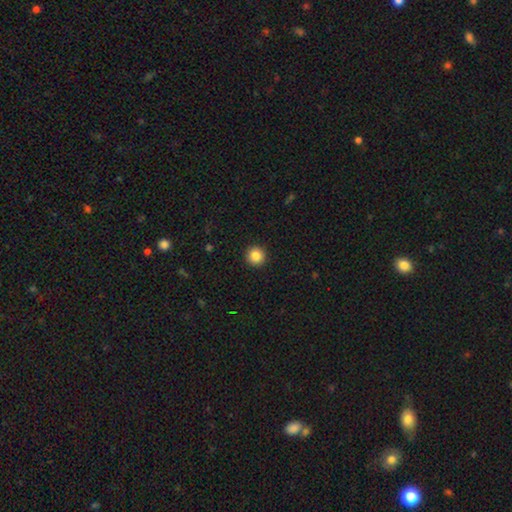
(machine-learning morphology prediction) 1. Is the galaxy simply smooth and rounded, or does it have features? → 86% smooth, 10% star or artifact, 4% featured or disk.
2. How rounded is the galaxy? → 96% round, 3% in between, 1% cigar-shaped.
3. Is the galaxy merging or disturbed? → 94% none, 4% minor disturbance, 1% major disturbance, 1% merger.